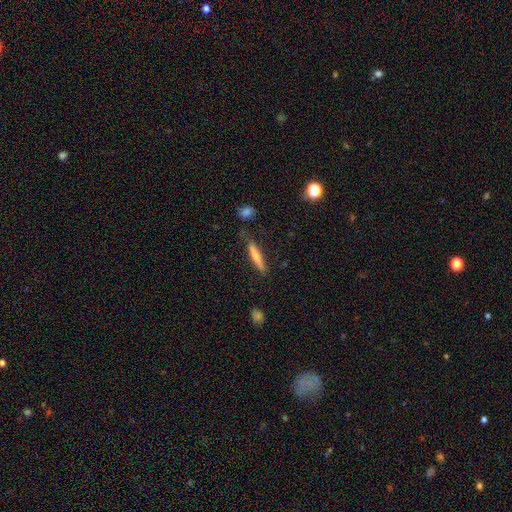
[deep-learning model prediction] smooth 59%, featured or disk 34%, star or artifact 7%. Down the decision tree: how rounded — cigar-shaped (91%); merging — none (79%).